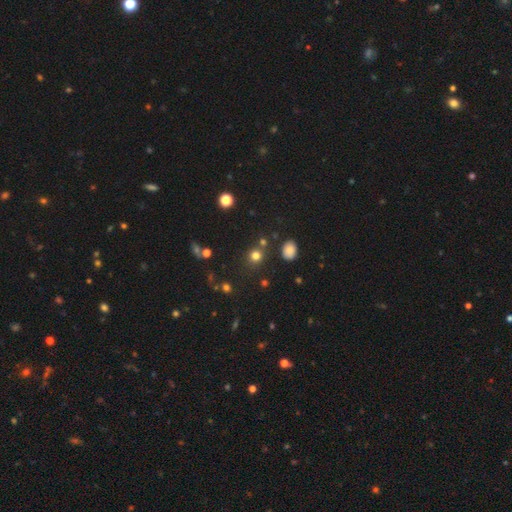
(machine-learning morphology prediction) This is likely a smooth galaxy (76%). How rounded: clearly round (85%). Merging: likely none (79%).